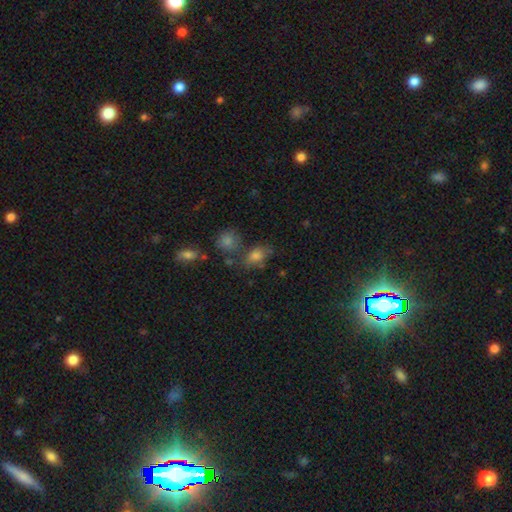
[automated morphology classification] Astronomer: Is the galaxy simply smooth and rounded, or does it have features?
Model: smooth — 77%.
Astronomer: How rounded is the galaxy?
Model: in between — 72%.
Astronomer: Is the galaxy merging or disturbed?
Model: none — 54%.